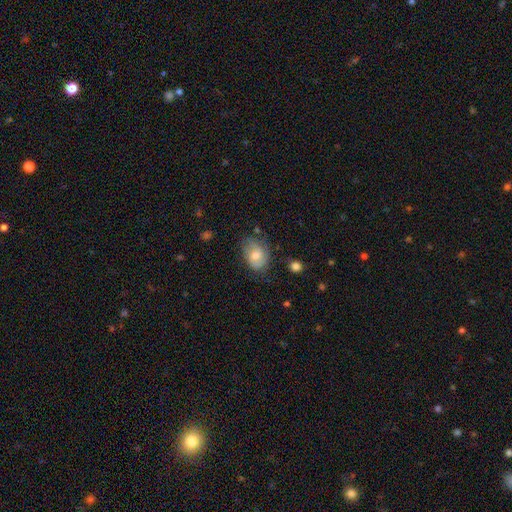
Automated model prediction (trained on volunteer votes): Smooth or featured? smooth (52%)
How rounded? in between (72%)
Merging? none (63%)